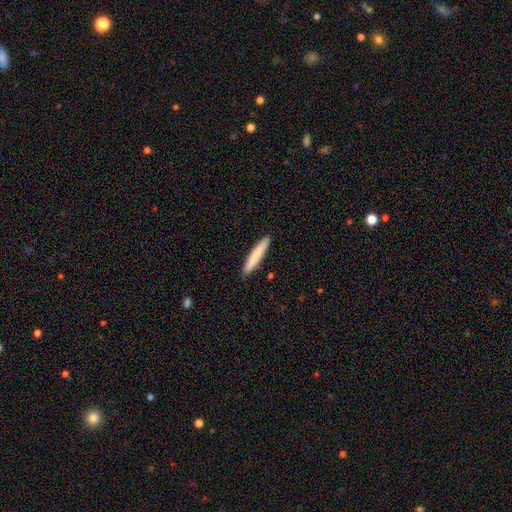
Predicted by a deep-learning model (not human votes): A smooth galaxy with no disk features (82%) that is cigar-shaped (93%). Merging: none (92%).